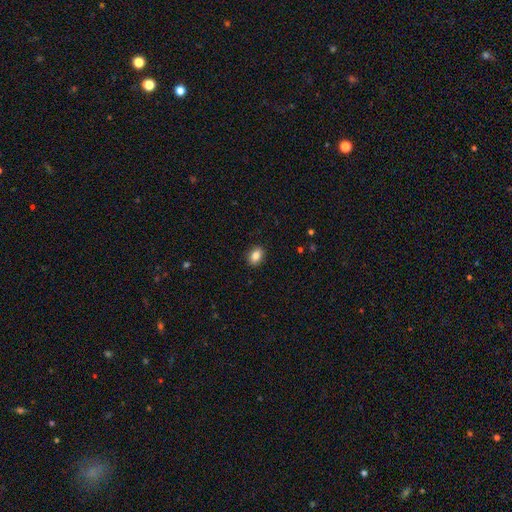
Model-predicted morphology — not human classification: smooth-or-featured: smooth: 85% | star or artifact: 8% | featured or disk: 7%
  how-rounded: in between: 77% | round: 21% | cigar-shaped: 2%
  merging: none: 89% | minor disturbance: 8% | major disturbance: 2% | merger: 1%